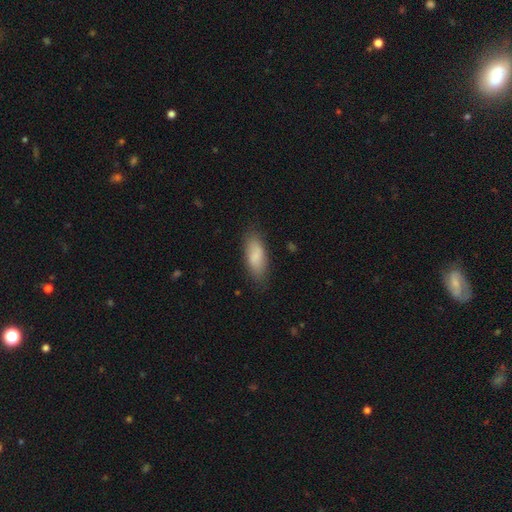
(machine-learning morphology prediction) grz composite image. It shows a smooth galaxy with no disk features (81%) that is in between round and cigar-shaped (75%). Merging: none (79%).